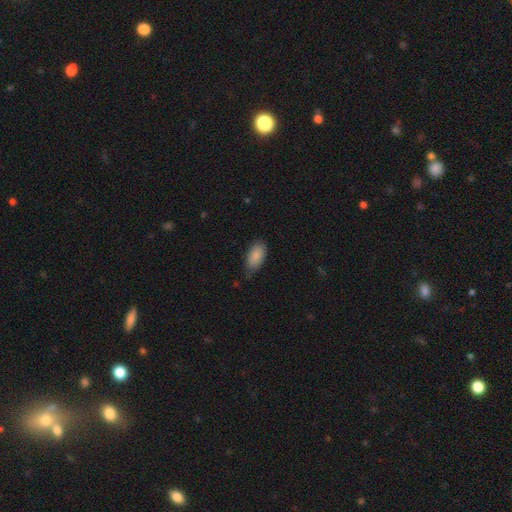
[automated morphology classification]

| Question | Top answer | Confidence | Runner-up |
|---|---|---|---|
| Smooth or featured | smooth | 87% | star or artifact (7%) |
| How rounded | in between | 92% | cigar-shaped (5%) |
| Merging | none | 67% | minor disturbance (27%) |